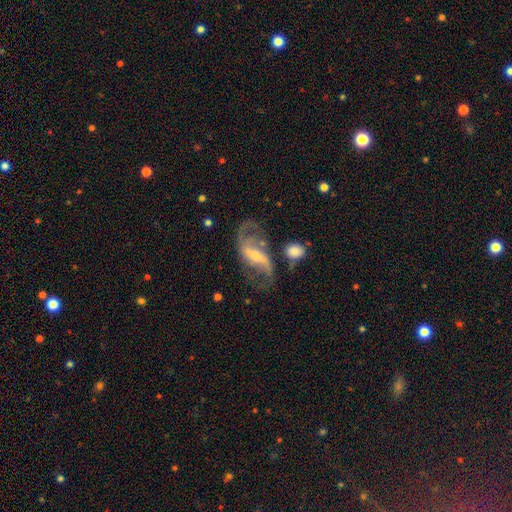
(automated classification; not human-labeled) smooth-or-featured: featured or disk: 86% | smooth: 8% | star or artifact: 6%
  disk-edge-on: no: 95% | yes: 5%
    bar: strong: 52% | weak: 33% | no: 15%
    has-spiral-arms: yes: 94% | no: 6%
      spiral-winding: loose: 68% | medium: 26% | tight: 6%
      spiral-arm-count: 2: 91% | can't tell: 3% | 1: 3% | 3: 1% | 4: 1% | more than 4: 1%
    bulge-size: small: 57% | moderate: 34% | none: 4% | large: 4% | dominant: 1%
  merging: none: 59% | minor disturbance: 17% | major disturbance: 16% | merger: 7%